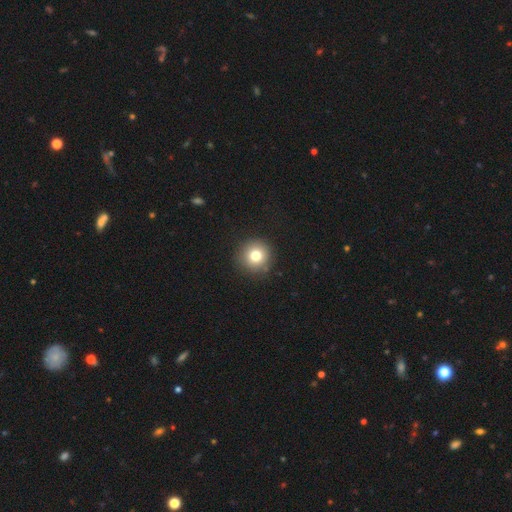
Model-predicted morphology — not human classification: type=smooth (78%); roundness=round (95%); merging=none (89%).